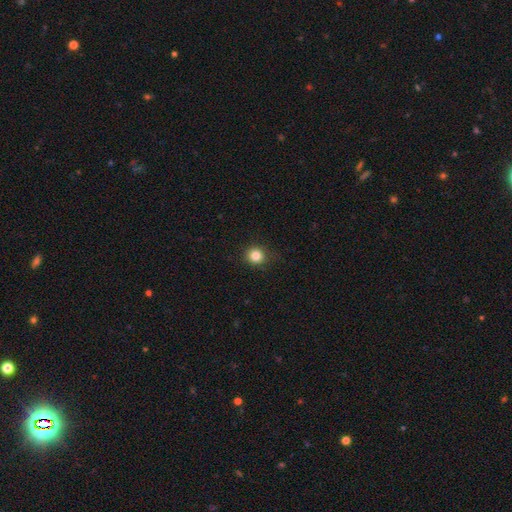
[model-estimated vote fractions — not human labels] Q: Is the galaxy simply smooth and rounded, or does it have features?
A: smooth — 84%.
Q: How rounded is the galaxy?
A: round — 91%.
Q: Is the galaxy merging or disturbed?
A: none — 87%.